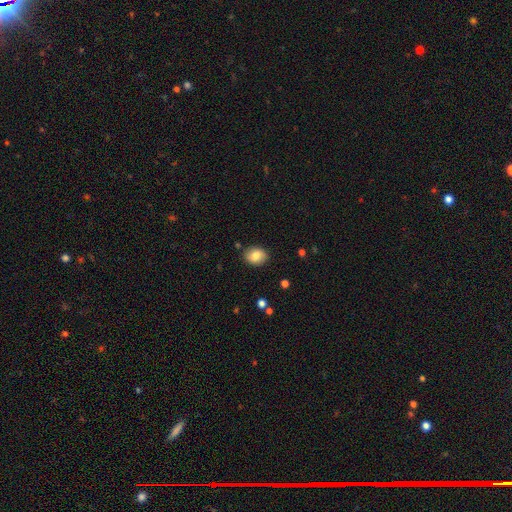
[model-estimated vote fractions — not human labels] Smooth or featured? smooth (82%)
How rounded? in between (53%)
Merging? none (86%)